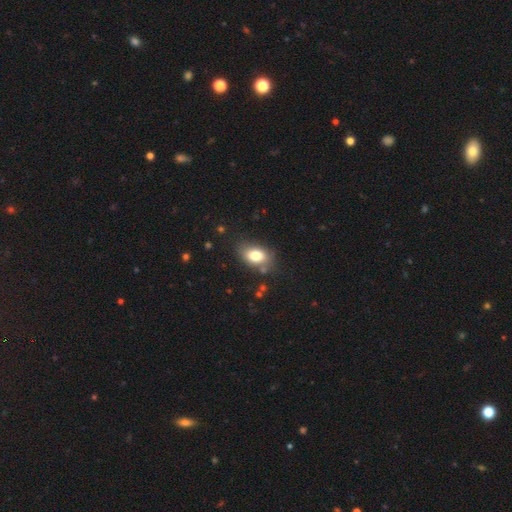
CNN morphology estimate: Overall: smooth (79%). How rounded: in between (84%). Merging: none (73%).